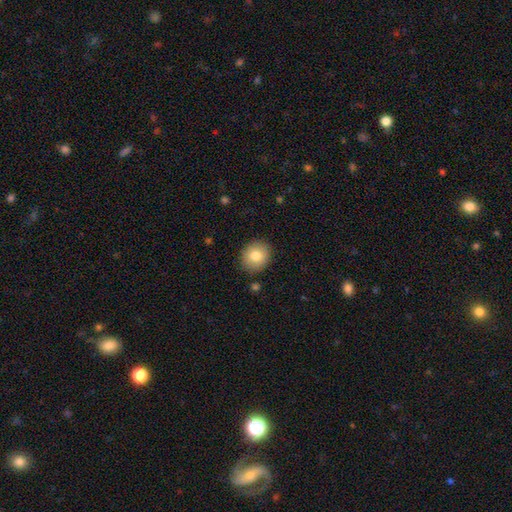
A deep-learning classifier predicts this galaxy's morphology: Smooth or featured? smooth (80%)
How rounded? round (76%)
Merging? none (88%)